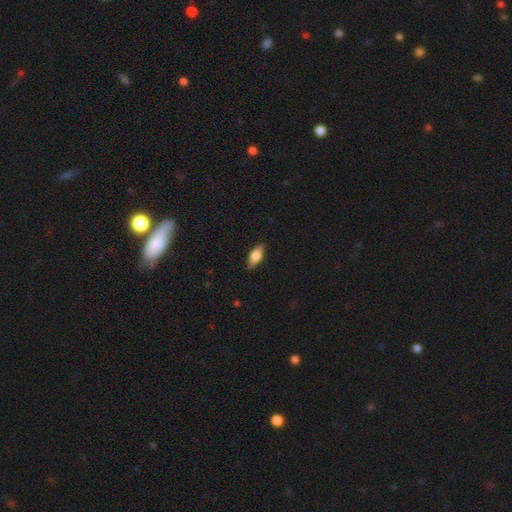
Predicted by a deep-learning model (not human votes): This appears to be a smooth galaxy with no disk features (52%) that is in between round and cigar-shaped (74%). Merging: none (87%).